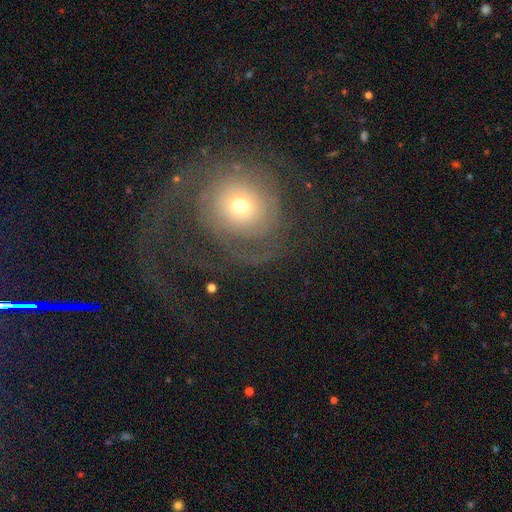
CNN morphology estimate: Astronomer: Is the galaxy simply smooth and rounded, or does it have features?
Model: featured or disk — 63%.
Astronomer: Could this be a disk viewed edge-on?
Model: no — 97%.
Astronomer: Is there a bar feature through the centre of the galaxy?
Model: no — 82%.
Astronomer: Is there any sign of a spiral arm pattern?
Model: yes — 75%.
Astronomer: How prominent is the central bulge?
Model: moderate — 49% (runner-up: small, 39%).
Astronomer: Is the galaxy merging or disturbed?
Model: none — 45% (runner-up: major disturbance, 40%).